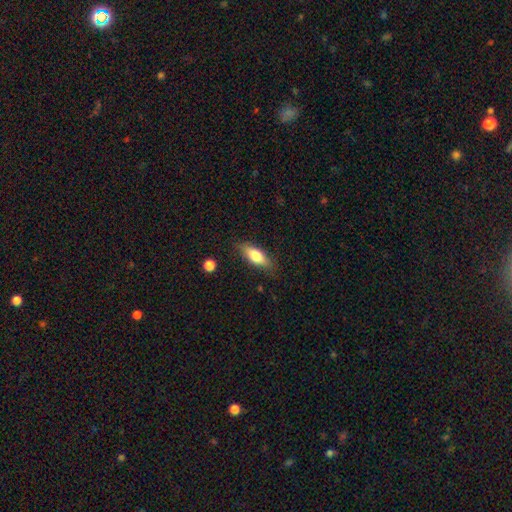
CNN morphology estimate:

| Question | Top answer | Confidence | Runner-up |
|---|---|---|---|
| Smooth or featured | smooth | 71% | featured or disk (22%) |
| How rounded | in between | 71% | cigar-shaped (26%) |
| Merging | none | 80% | minor disturbance (15%) |